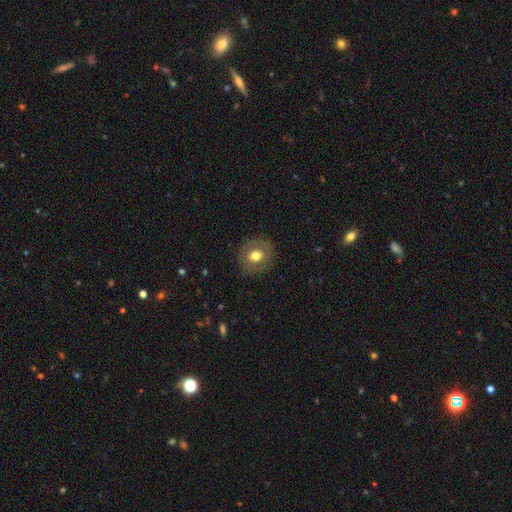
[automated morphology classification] Smooth or featured: smooth — 64% (featured or disk — 27%)
How rounded: round — 85% (in between — 14%)
Merging: none — 86% (minor disturbance — 9%)